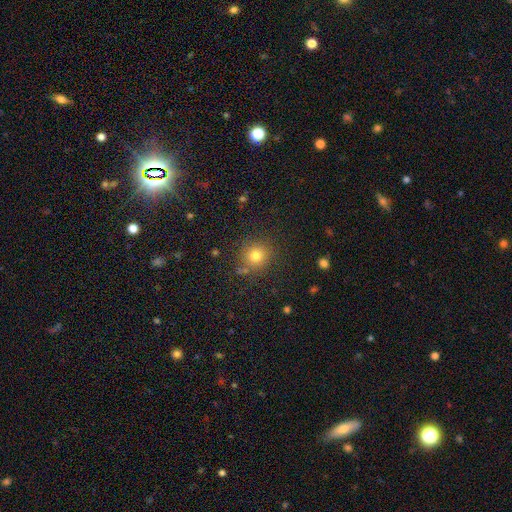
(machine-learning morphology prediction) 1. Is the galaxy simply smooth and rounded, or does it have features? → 78% smooth, 15% star or artifact, 7% featured or disk.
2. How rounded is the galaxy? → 91% round, 8% in between, 1% cigar-shaped.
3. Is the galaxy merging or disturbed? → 83% none, 9% minor disturbance, 4% merger, 3% major disturbance.